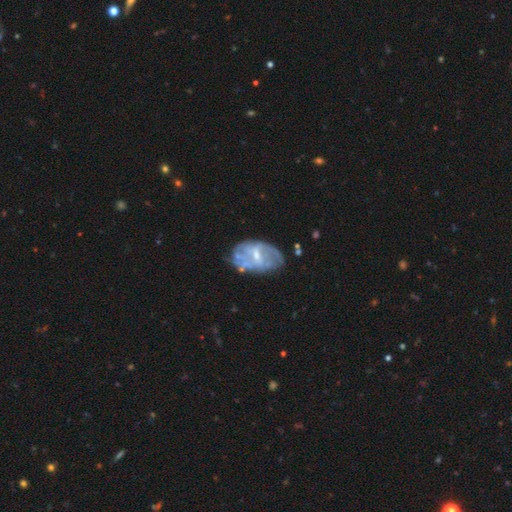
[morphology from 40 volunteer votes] A featured or disk galaxy (65%) with a weak bar (54%), medium (62%) spiral arms (50%, tied with no) and a small central bulge (77%).

Vote fractions:
- Smooth or featured? featured or disk: 65% / smooth: 32% / star or artifact: 2%
- Edge-on disk? no: 100% / yes: 0%
- Bar? weak: 54% / no: 38% / strong: 8%
- Spiral arms? yes: 50% (tied) / no: 50% (tied)
- Spiral winding? medium: 62% / loose: 31% / tight: 8%
- Spiral arm count? can't tell: 54% / 2: 38% / 1: 8% / 3: 0% / 4: 0% / more than 4: 0%
- Bulge size? small: 77% / moderate: 15% / none: 8% / dominant: 0% / large: 0%
- Merging? none: 56% / minor disturbance: 36% / major disturbance: 5% / merger: 3%